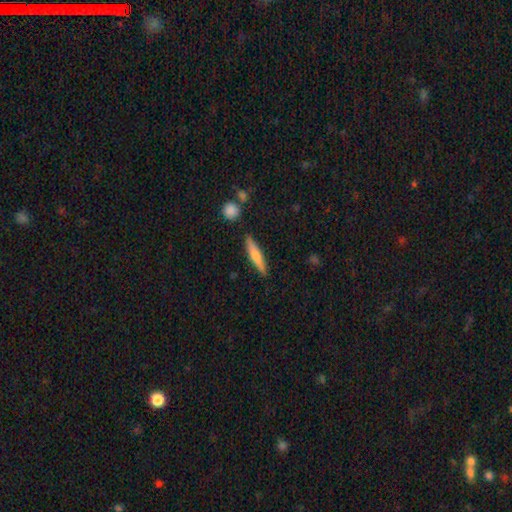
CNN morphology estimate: Smooth or featured? Predicted: smooth (p=0.63). How rounded? Predicted: cigar-shaped (p=0.86). Merging? Predicted: none (p=0.87).